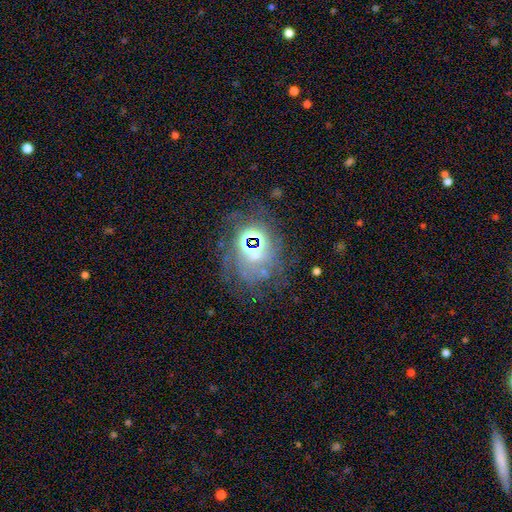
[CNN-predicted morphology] Smooth or featured?
  - star or artifact: 47% *
  - featured or disk: 34%
  - smooth: 19%